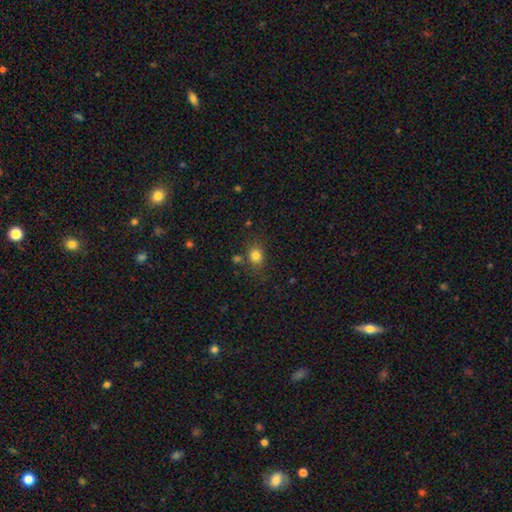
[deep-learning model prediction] Smooth or featured? Predicted: smooth (p=0.80). How rounded? Predicted: round (p=0.57). Merging? Predicted: none (p=0.73).